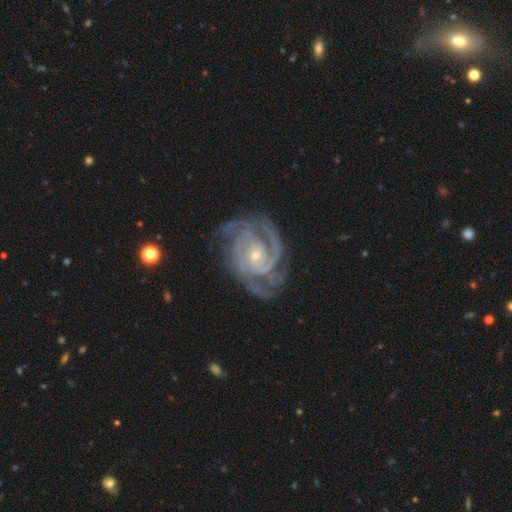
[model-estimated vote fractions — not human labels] Morphology: type=featured or disk (93%); edge-on=no (98%); bar=no (61%); spiral arms=yes (99%); winding=tight (64%); arm count=3 (42%); bulge=small (70%); merging=none (72%).